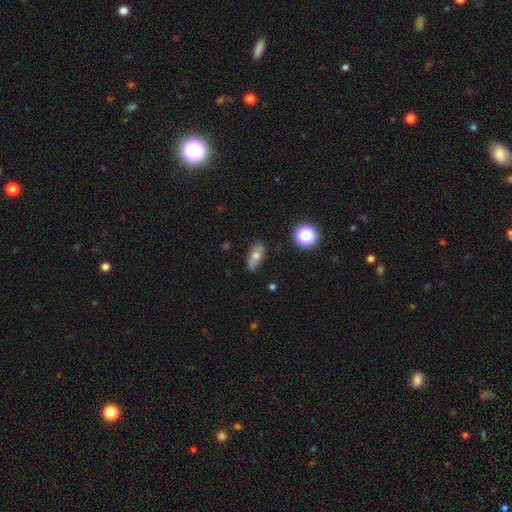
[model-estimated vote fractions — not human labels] smooth 64%, featured or disk 25%, star or artifact 11%. Down the decision tree: how rounded — in between (82%); merging — none (72%).